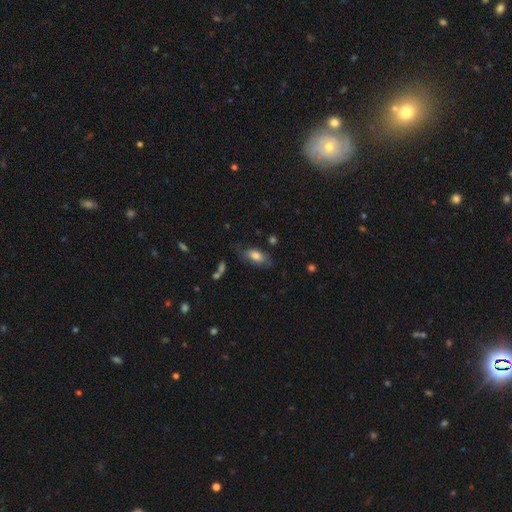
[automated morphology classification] Overall: smooth (76%). How rounded: in between (88%). Merging: none (65%).